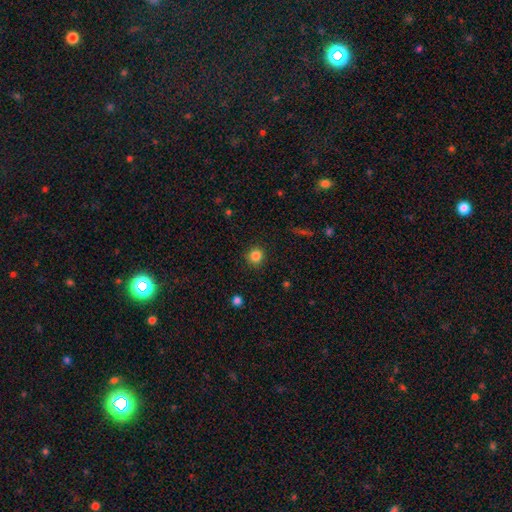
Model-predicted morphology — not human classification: Smooth or featured?
  - smooth: 84% *
  - star or artifact: 11%
  - featured or disk: 4%
How rounded?
  - round: 93% *
  - in between: 6%
  - cigar-shaped: 1%
Merging?
  - none: 90% *
  - minor disturbance: 7%
  - major disturbance: 2%
  - merger: 1%